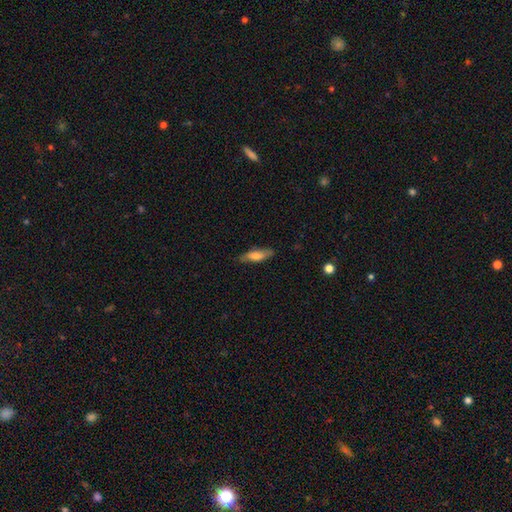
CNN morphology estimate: smooth 65%, featured or disk 28%, star or artifact 7%. Down the decision tree: how rounded — cigar-shaped (55%); merging — none (79%).